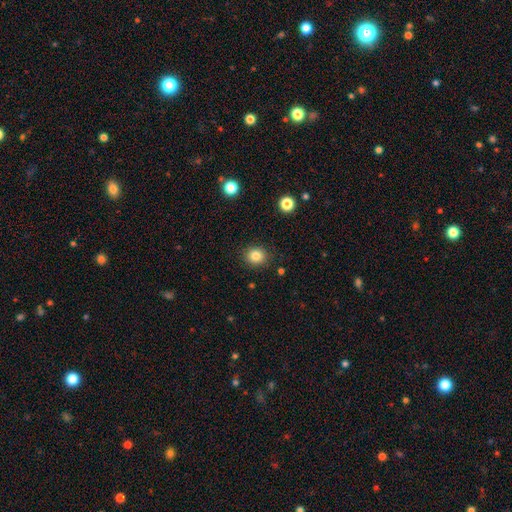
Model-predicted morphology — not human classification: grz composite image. It shows a smooth galaxy with no disk features (83%) that is round (80%). Merging: none (89%).